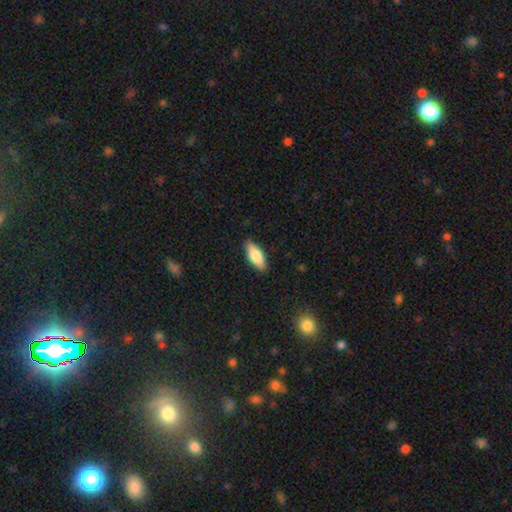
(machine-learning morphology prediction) A smooth galaxy with no disk features (76%) that is in between round and cigar-shaped (72%). Merging: none (88%).